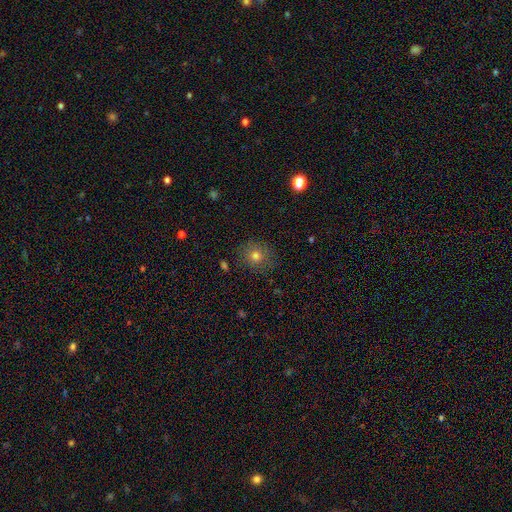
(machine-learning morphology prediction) Q: Smooth or featured?
A: smooth (75%); runner-up: star or artifact (15%)
Q: How rounded?
A: round (85%); runner-up: in between (14%)
Q: Merging?
A: none (85%); runner-up: minor disturbance (10%)